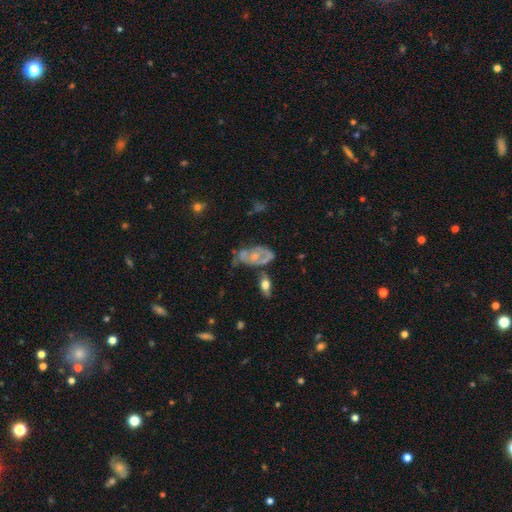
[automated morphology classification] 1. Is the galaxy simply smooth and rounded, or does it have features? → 60% featured or disk, 32% smooth, 9% star or artifact.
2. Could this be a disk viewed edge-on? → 93% no, 7% yes.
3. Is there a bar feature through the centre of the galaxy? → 82% no, 15% weak, 3% strong.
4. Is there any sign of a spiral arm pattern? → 61% no, 39% yes.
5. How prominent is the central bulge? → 44% small, 40% moderate, 11% none, 4% large, 2% dominant.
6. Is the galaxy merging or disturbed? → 33% none, 26% minor disturbance, 24% major disturbance, 17% merger.